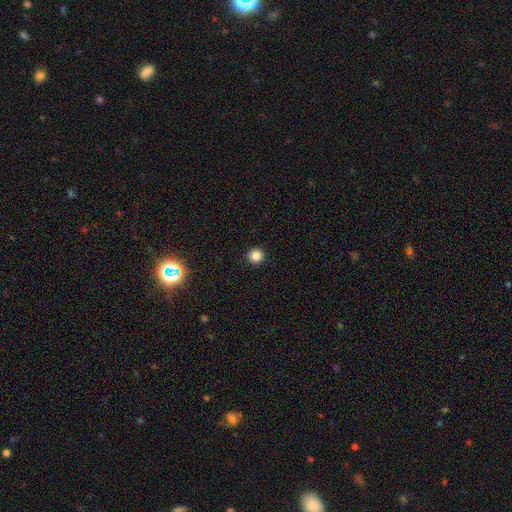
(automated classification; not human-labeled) Overall: smooth (84%). How rounded: round (95%). Merging: none (93%).